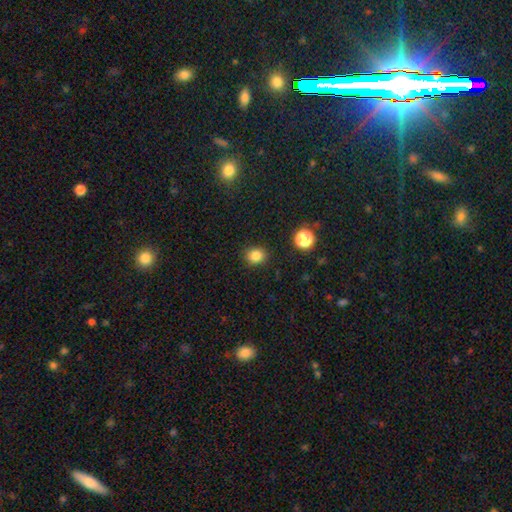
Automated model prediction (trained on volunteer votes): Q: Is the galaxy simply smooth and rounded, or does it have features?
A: smooth — 83%.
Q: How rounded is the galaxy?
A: round — 75%.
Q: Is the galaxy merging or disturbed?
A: none — 88%.